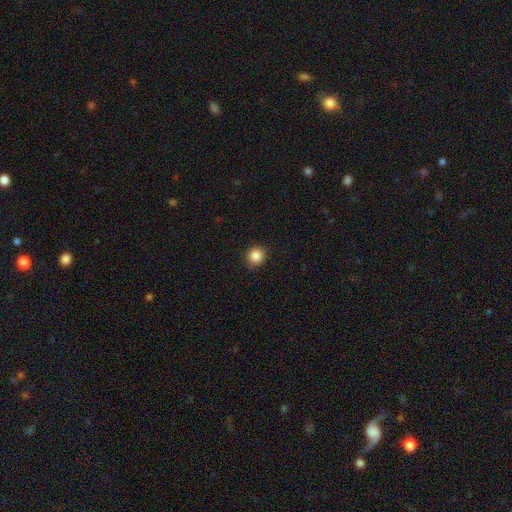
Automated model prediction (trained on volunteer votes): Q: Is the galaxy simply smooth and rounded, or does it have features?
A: smooth — 86%.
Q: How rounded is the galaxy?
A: round — 92%.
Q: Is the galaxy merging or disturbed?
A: none — 91%.